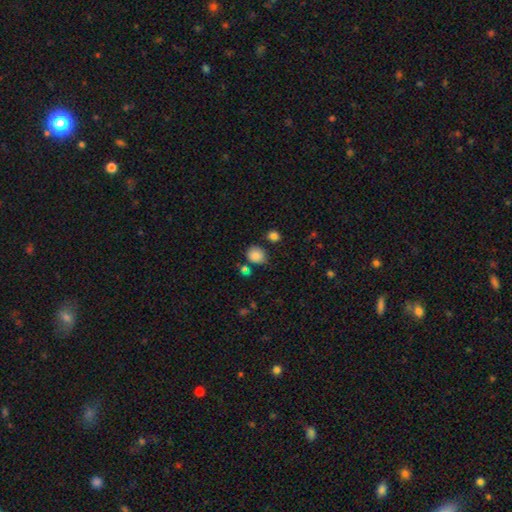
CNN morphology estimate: A smooth galaxy with no disk features (85%) that is round (59%). Merging: none (70%).